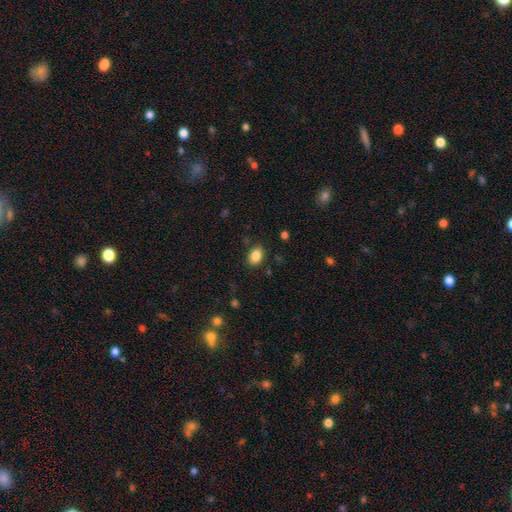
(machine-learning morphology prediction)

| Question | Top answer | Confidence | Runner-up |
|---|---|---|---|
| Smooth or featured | smooth | 86% | star or artifact (9%) |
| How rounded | in between | 85% | round (14%) |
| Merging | none | 85% | minor disturbance (11%) |